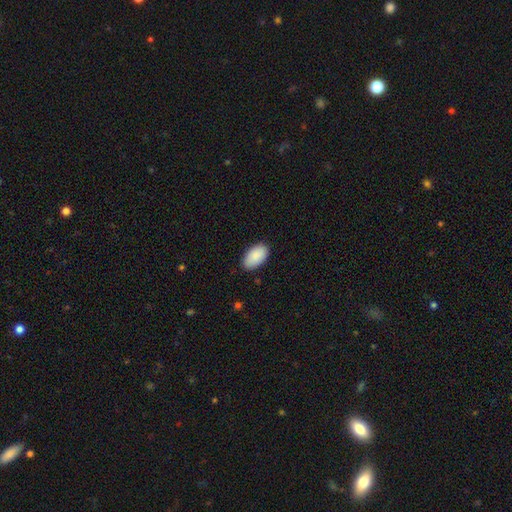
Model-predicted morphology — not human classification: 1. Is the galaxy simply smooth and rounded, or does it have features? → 90% smooth, 6% star or artifact, 4% featured or disk.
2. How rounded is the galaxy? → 96% in between, 3% round, 1% cigar-shaped.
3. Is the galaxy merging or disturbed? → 85% none, 12% minor disturbance, 2% major disturbance, 1% merger.